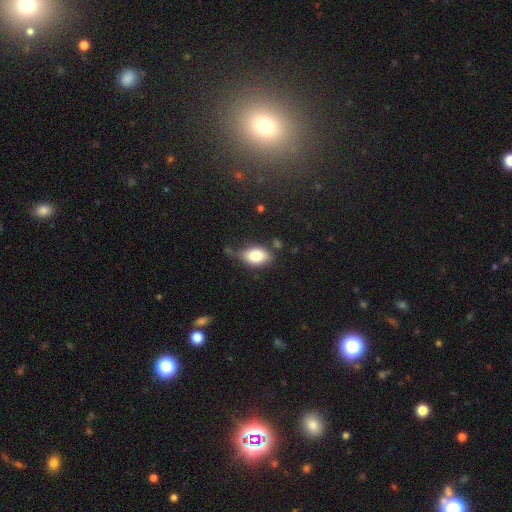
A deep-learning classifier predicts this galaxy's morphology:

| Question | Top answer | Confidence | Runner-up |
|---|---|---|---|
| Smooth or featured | smooth | 80% | featured or disk (12%) |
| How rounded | in between | 86% | round (12%) |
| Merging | none | 47% | minor disturbance (33%) |